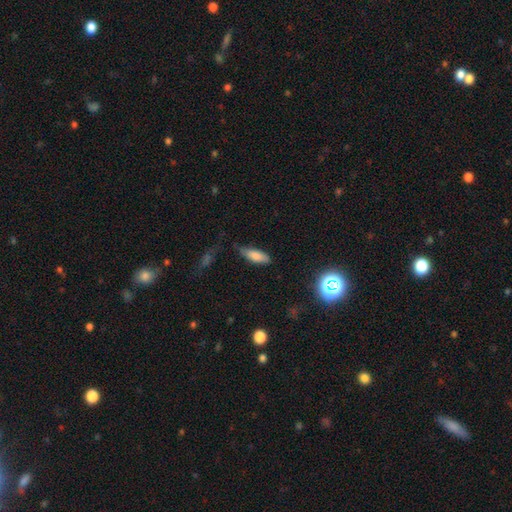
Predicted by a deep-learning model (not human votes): Smooth or featured? smooth (79%)
How rounded? in between (65%)
Merging? none (64%)